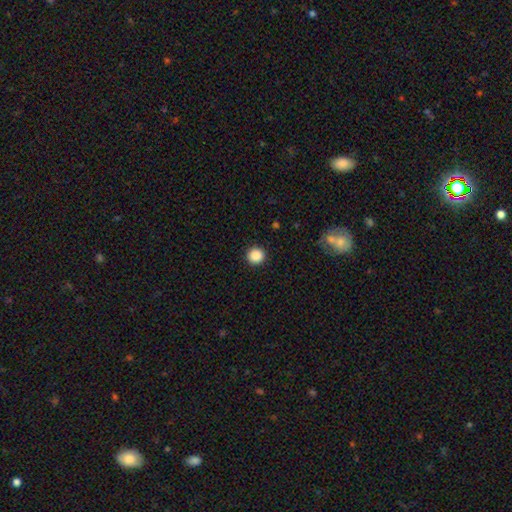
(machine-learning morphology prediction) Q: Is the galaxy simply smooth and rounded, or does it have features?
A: smooth — 88%.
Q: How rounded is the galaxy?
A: round — 95%.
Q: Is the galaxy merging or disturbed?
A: none — 93%.